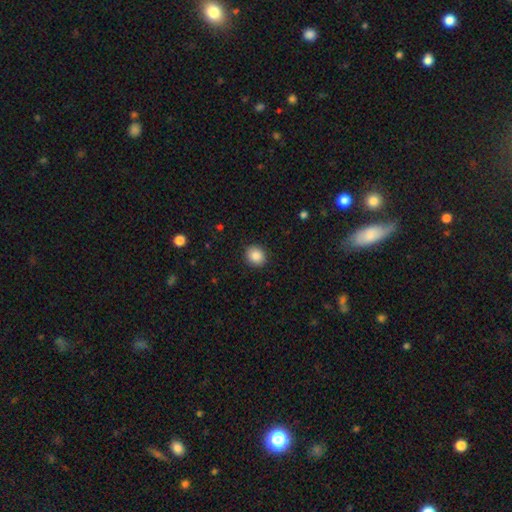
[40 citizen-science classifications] smooth_or_featured: smooth (p=0.90) [alt: star or artifact p=0.07]
how_rounded: round (p=0.75) [alt: in between p=0.25]
merging: none (p=0.81) [alt: minor disturbance p=0.11]